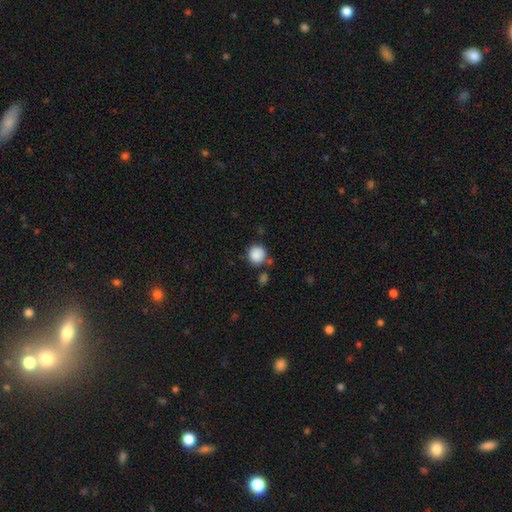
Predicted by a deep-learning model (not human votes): Q: Smooth or featured?
A: smooth (88%); runner-up: star or artifact (9%)
Q: How rounded?
A: round (89%); runner-up: in between (10%)
Q: Merging?
A: none (73%); runner-up: minor disturbance (13%)